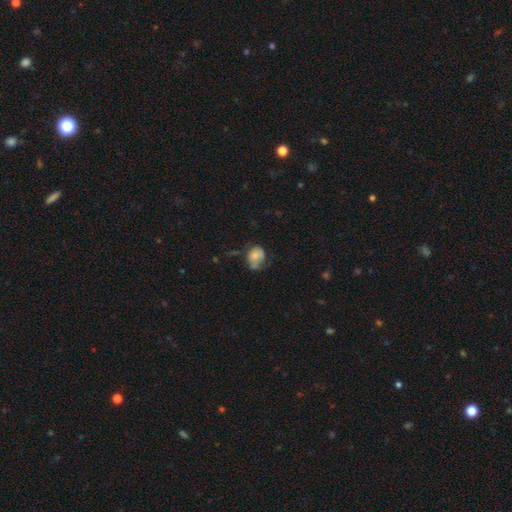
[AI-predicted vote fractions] smooth 68%, featured or disk 23%, star or artifact 9%. Down the decision tree: how rounded — in between (50%); merging — none (34%, tied with minor disturbance).